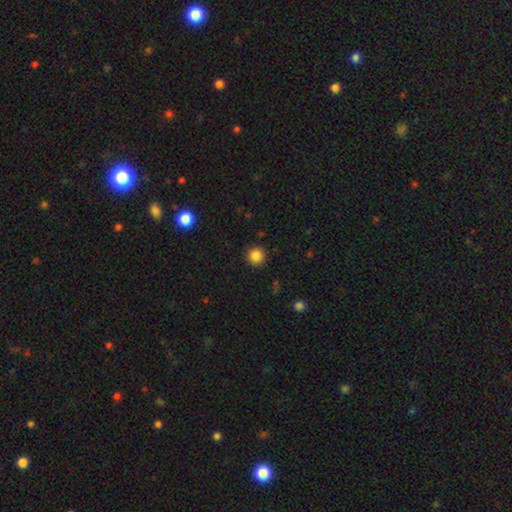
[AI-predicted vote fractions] This appears to be a smooth galaxy with no disk features (85%) that is round (94%). Merging: none (92%).